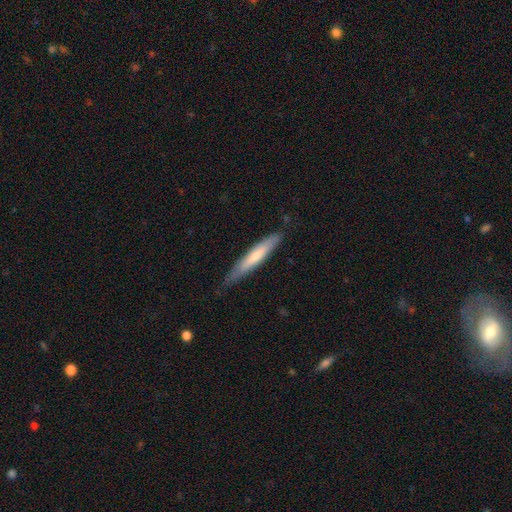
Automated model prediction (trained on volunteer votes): Smooth or featured?
  - smooth: 60% *
  - featured or disk: 35%
  - star or artifact: 5%
How rounded?
  - cigar-shaped: 92% *
  - in between: 7%
  - round: 1%
Merging?
  - none: 79% *
  - minor disturbance: 18%
  - major disturbance: 3%
  - merger: 1%